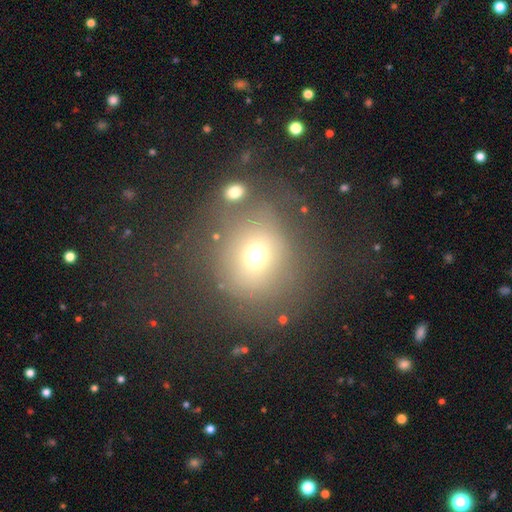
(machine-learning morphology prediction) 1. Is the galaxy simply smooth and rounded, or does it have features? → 64% smooth, 20% star or artifact, 16% featured or disk.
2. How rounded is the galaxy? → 83% round, 16% in between, 1% cigar-shaped.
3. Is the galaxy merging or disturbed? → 64% none, 15% minor disturbance, 15% major disturbance, 6% merger.